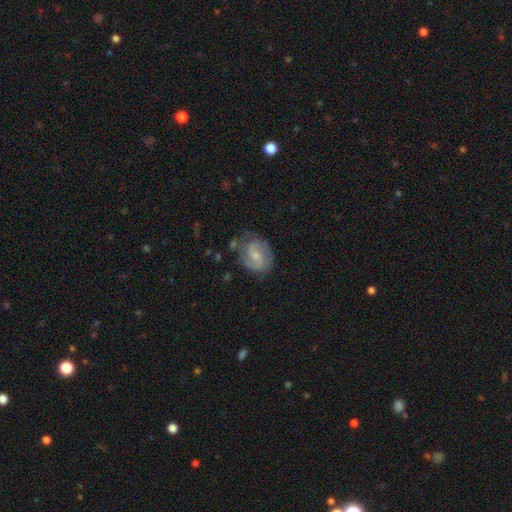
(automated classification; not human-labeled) featured or disk 74%, smooth 20%, star or artifact 6%. Down the decision tree: edge-on disk — no (98%); bar — weak (52%); spiral arms — yes (93%); spiral arm count — 2 (85%); spiral winding — medium (51%); bulge size — small (47%); merging — none (68%).